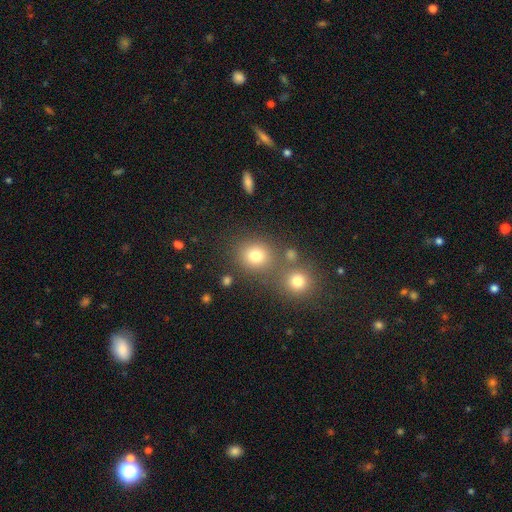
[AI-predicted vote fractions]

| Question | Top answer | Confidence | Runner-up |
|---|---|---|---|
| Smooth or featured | smooth | 77% | star or artifact (16%) |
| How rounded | round | 82% | in between (17%) |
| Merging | none | 69% | merger (18%) |